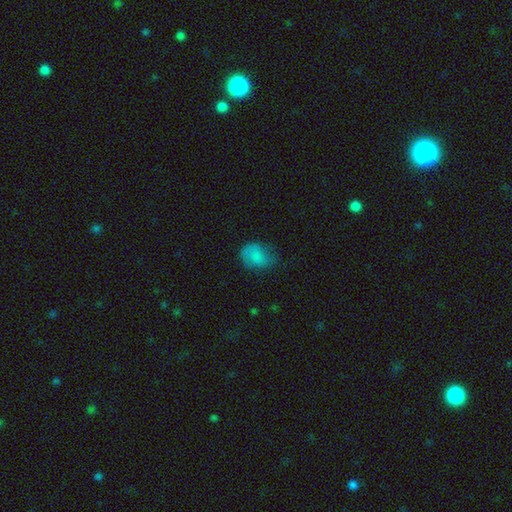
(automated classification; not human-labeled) Q: Smooth or featured?
A: smooth (73%); runner-up: featured or disk (17%)
Q: How rounded?
A: in between (61%); runner-up: round (38%)
Q: Merging?
A: none (51%); runner-up: minor disturbance (32%)